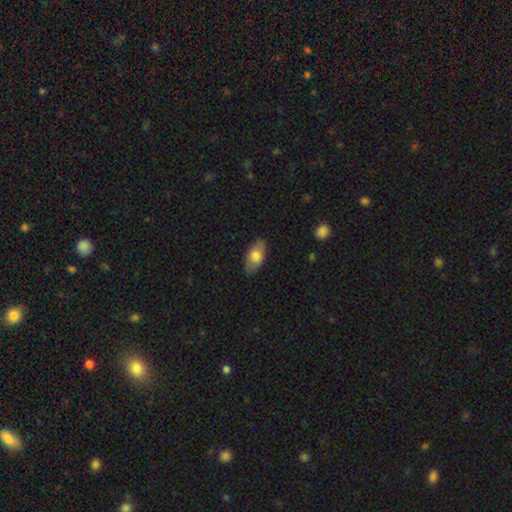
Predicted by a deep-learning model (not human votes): Smooth or featured? Predicted: smooth (p=0.72). How rounded? Predicted: in between (p=0.91). Merging? Predicted: none (p=0.82).